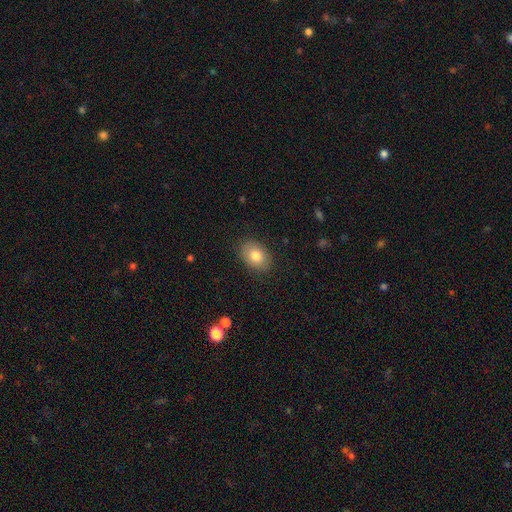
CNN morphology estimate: The model was most divided on "how rounded": in between: 75%, round: 24%, cigar-shaped: 1%. More confident: merging — none (87%); smooth or featured — smooth (80%).